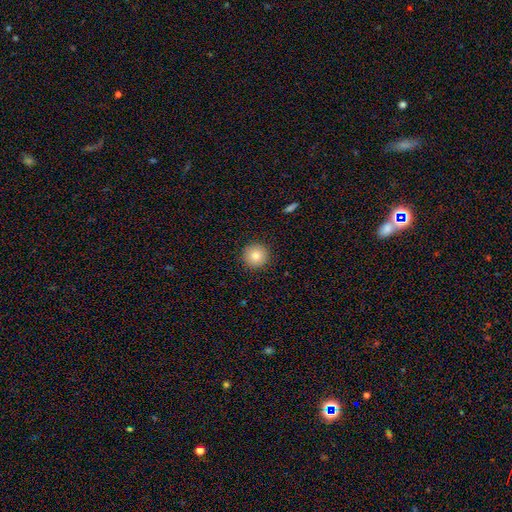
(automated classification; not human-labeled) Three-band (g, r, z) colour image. It shows a smooth galaxy with no disk features (82%) that is round (96%). Merging: none (92%).